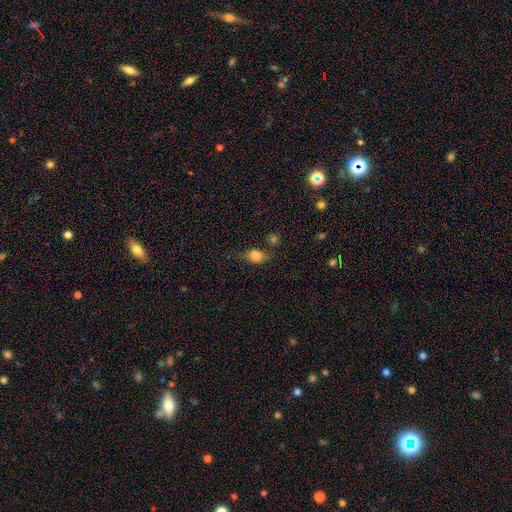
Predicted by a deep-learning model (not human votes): Smooth or featured? Predicted: smooth (p=0.80). How rounded? Predicted: in between (p=0.59). Merging? Predicted: none (p=0.58).